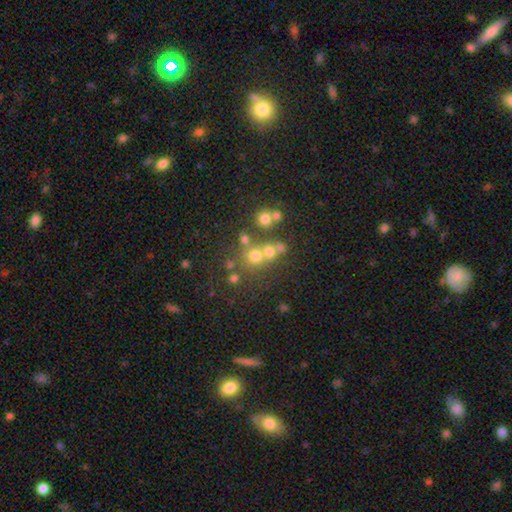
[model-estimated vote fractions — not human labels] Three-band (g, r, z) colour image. It shows a smooth galaxy with no disk features (59%) that is round (86%). Merging: none (53%).